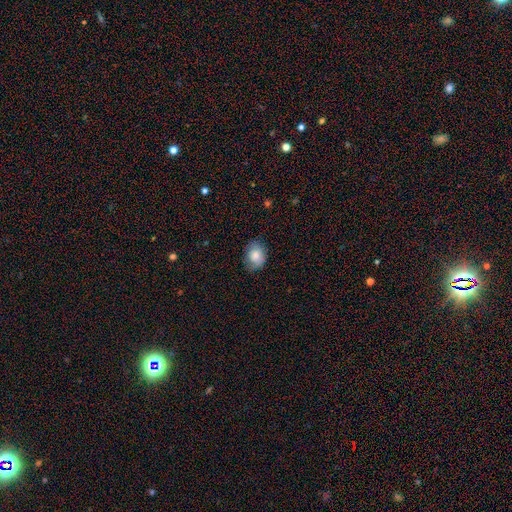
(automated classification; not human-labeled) A smooth galaxy with no disk features (78%) that is in between round and cigar-shaped (66%). Merging: none (69%).